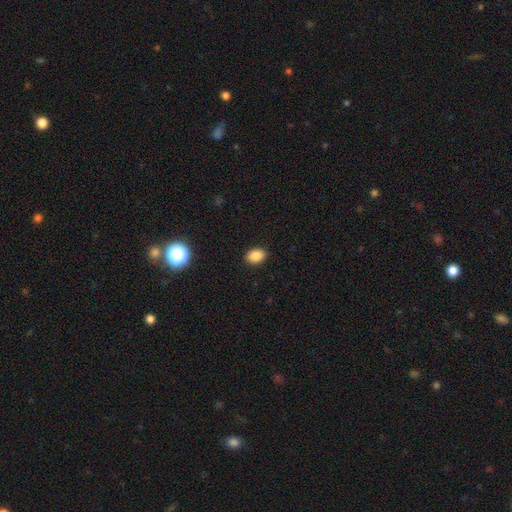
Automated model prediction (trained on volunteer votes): smooth_or_featured: smooth (p=0.87) [alt: star or artifact p=0.09]
how_rounded: in between (p=0.75) [alt: round p=0.24]
merging: none (p=0.90) [alt: minor disturbance p=0.07]